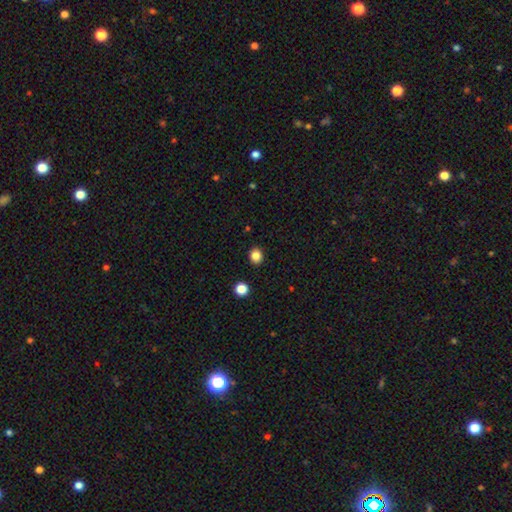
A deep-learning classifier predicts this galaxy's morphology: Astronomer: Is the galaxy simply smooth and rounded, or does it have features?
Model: smooth — 84%.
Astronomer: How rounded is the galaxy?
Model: round — 74%.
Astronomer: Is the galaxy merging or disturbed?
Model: none — 91%.